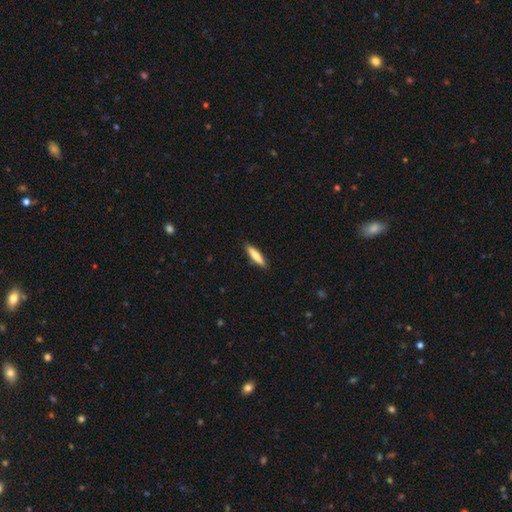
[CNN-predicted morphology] Smooth or featured?
  - smooth: 72% *
  - featured or disk: 22%
  - star or artifact: 6%
How rounded?
  - cigar-shaped: 82% *
  - in between: 17%
  - round: 1%
Merging?
  - none: 90% *
  - minor disturbance: 7%
  - major disturbance: 2%
  - merger: 1%